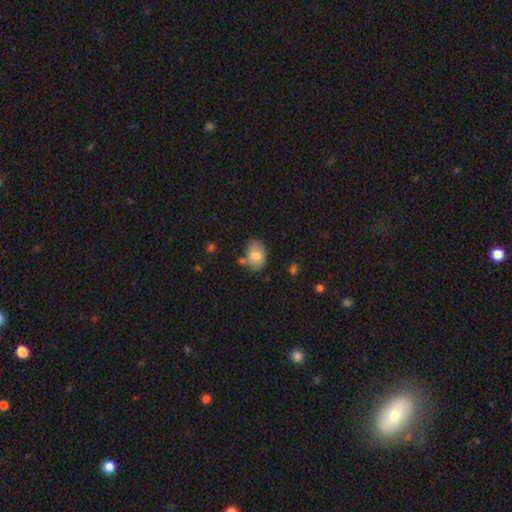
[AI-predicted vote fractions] The model was most divided on "merging": none: 67%, minor disturbance: 20%, merger: 9%, major disturbance: 4%. More confident: smooth or featured — smooth (79%); how rounded — in between (78%).